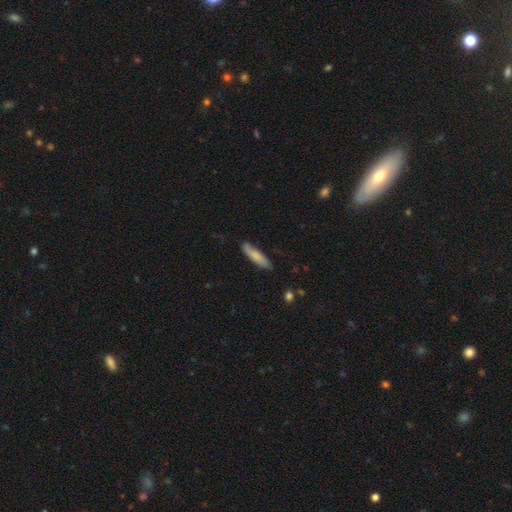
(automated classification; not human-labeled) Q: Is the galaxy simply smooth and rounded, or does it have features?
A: smooth — 74%.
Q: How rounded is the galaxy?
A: cigar-shaped — 77%.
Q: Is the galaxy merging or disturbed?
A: none — 81%.